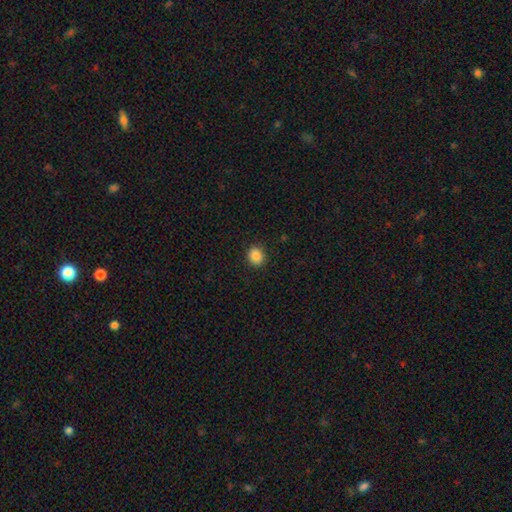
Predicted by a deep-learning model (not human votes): smooth_or_featured: smooth (p=0.87) [alt: star or artifact p=0.10]
how_rounded: round (p=0.74) [alt: in between p=0.25]
merging: none (p=0.90) [alt: minor disturbance p=0.07]